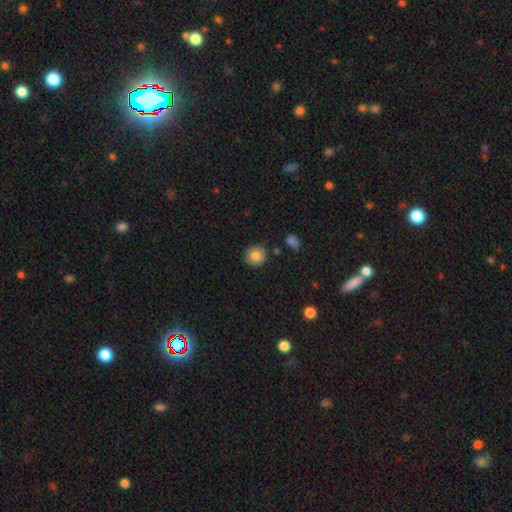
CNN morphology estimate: smooth-or-featured: smooth: 82% | featured or disk: 9% | star or artifact: 9%
  how-rounded: round: 91% | in between: 8% | cigar-shaped: 1%
  merging: none: 86% | minor disturbance: 9% | merger: 3% | major disturbance: 2%